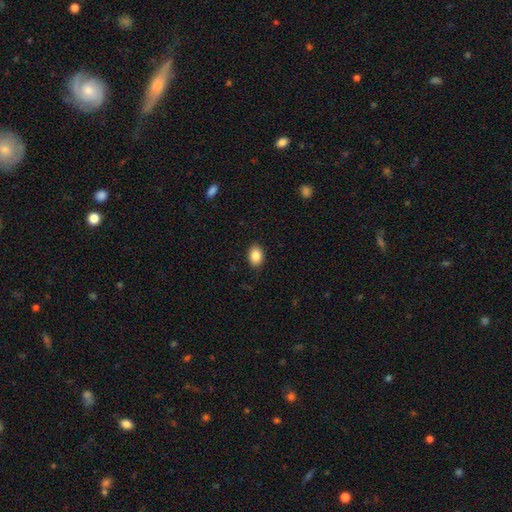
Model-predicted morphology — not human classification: smooth-or-featured: smooth: 87% | star or artifact: 8% | featured or disk: 5%
  how-rounded: in between: 77% | round: 22% | cigar-shaped: 1%
  merging: none: 89% | minor disturbance: 8% | major disturbance: 2% | merger: 1%